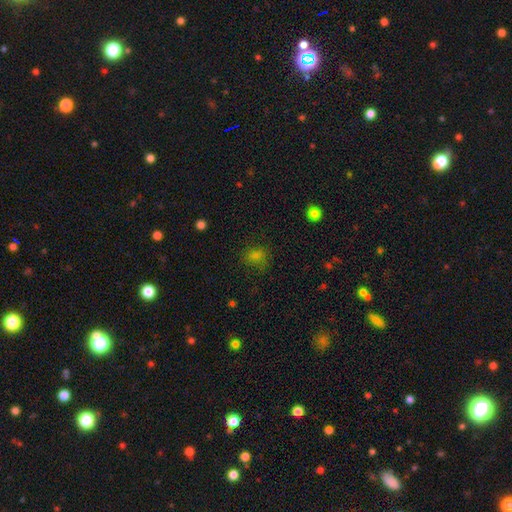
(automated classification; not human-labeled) This appears to be a smooth galaxy with no disk features (68%) that is round (57%). Merging: none (68%).